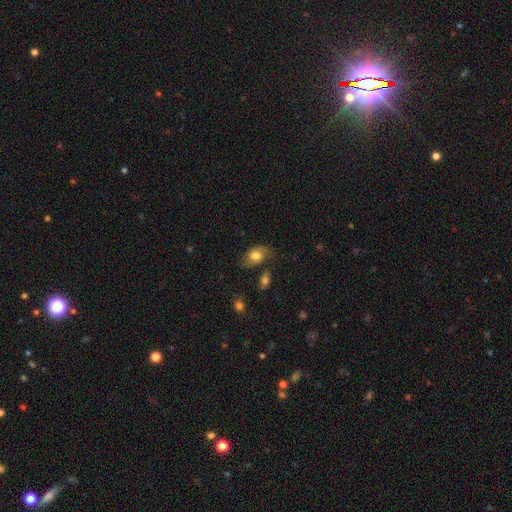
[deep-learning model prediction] A smooth galaxy with no disk features (63%) that is in between round and cigar-shaped (81%).

Vote fractions:
- Smooth or featured? smooth: 63% / featured or disk: 28% / star or artifact: 8%
- How rounded? in between: 81% / round: 17% / cigar-shaped: 2%
- Merging? none: 61% / minor disturbance: 24% / major disturbance: 10% / merger: 6%